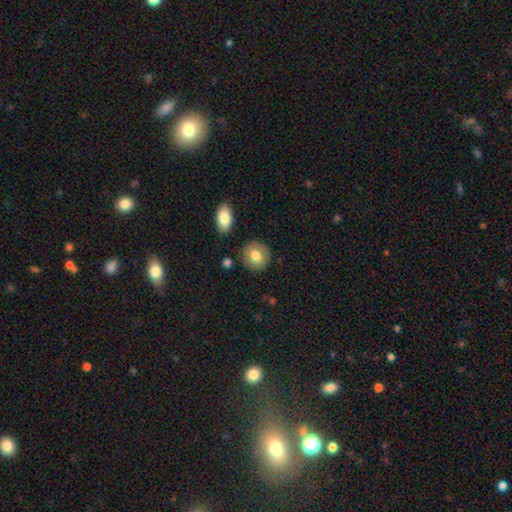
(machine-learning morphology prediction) Smooth or featured?
  - smooth: 79% *
  - featured or disk: 13%
  - star or artifact: 7%
How rounded?
  - round: 86% *
  - in between: 13%
  - cigar-shaped: 1%
Merging?
  - none: 86% *
  - minor disturbance: 8%
  - merger: 3%
  - major disturbance: 2%